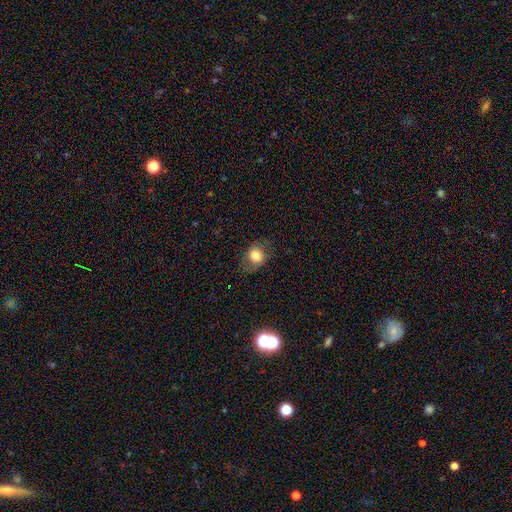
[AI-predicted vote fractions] Morphology: type=smooth (74%); roundness=round (59%); merging=none (70%).